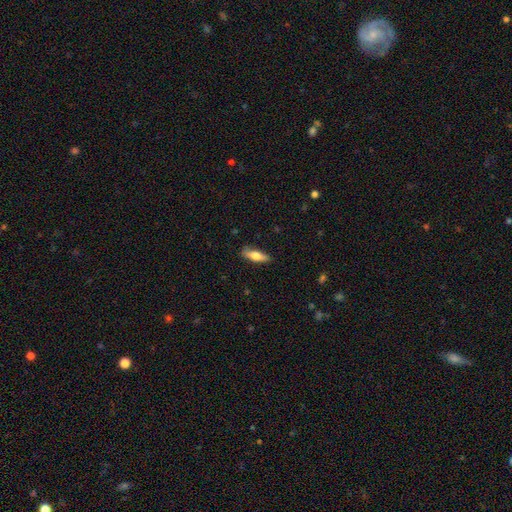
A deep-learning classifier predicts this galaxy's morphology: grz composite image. It shows a smooth galaxy with no disk features (63%) that is cigar-shaped (50%). Merging: none (84%).